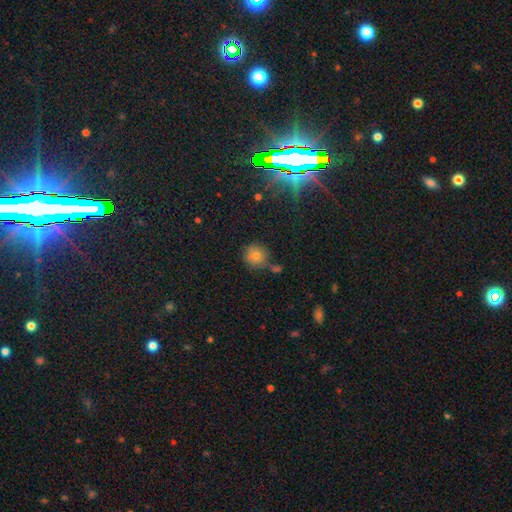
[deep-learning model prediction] Morphology: type=smooth (64%); roundness=round (91%); merging=none (73%).